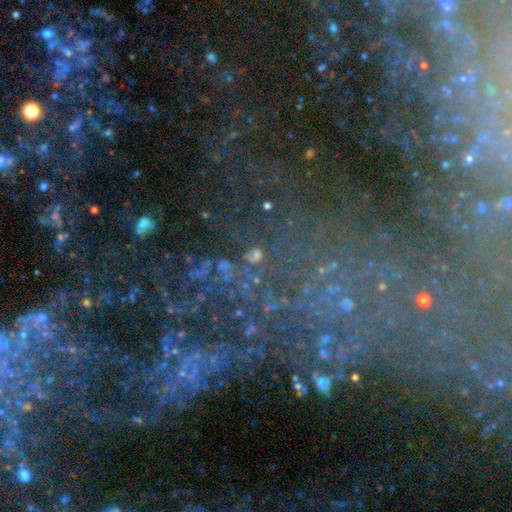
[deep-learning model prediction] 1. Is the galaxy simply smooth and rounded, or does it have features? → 76% star or artifact, 14% featured or disk, 10% smooth.